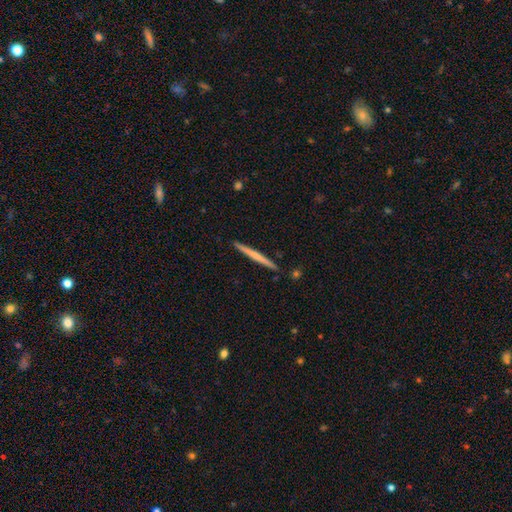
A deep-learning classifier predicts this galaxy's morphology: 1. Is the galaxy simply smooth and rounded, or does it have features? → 48% smooth, 47% featured or disk, 5% star or artifact.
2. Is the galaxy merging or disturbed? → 92% none, 5% minor disturbance, 1% merger, 1% major disturbance.